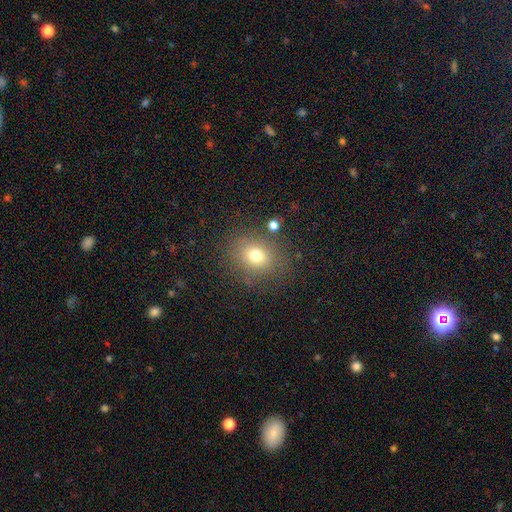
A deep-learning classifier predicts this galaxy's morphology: The model was most divided on "how rounded": round: 63%, in between: 36%, cigar-shaped: 1%. More confident: merging — none (79%); smooth or featured — smooth (73%).